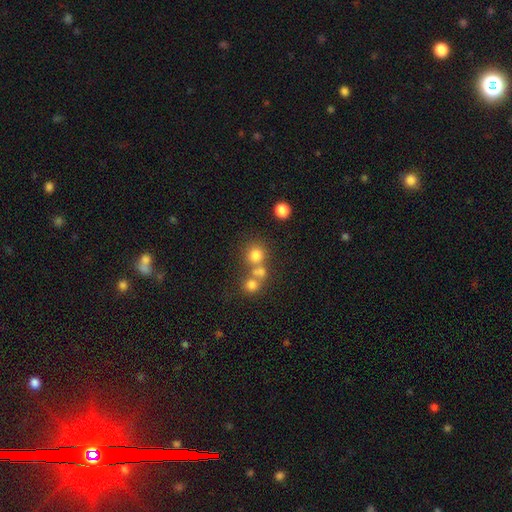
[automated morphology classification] smooth_or_featured: smooth (p=0.75) [alt: star or artifact p=0.15]
how_rounded: round (p=0.89) [alt: in between p=0.10]
merging: none (p=0.58) [alt: merger p=0.30]